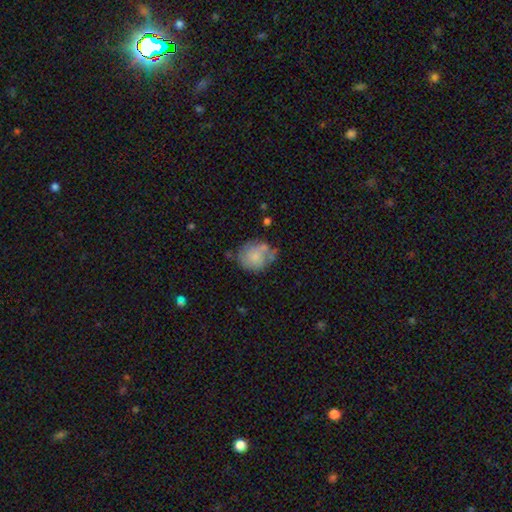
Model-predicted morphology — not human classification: Smooth or featured?
  - smooth: 61% *
  - featured or disk: 31%
  - star or artifact: 8%
How rounded?
  - round: 65% *
  - in between: 34%
  - cigar-shaped: 1%
Merging?
  - none: 47% *
  - minor disturbance: 29%
  - major disturbance: 13%
  - merger: 10%